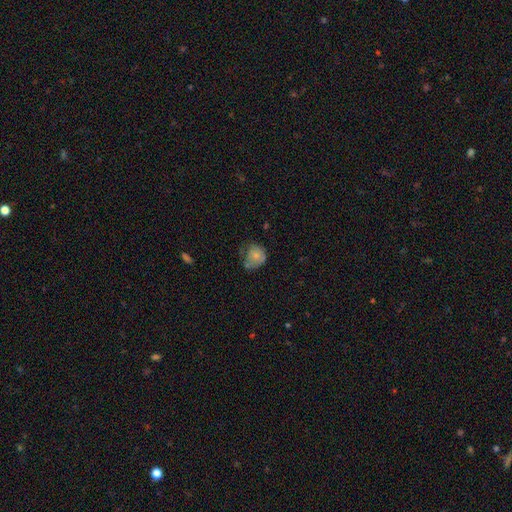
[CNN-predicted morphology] smooth 72%, featured or disk 19%, star or artifact 9%. Down the decision tree: how rounded — round (69%); merging — none (42%).